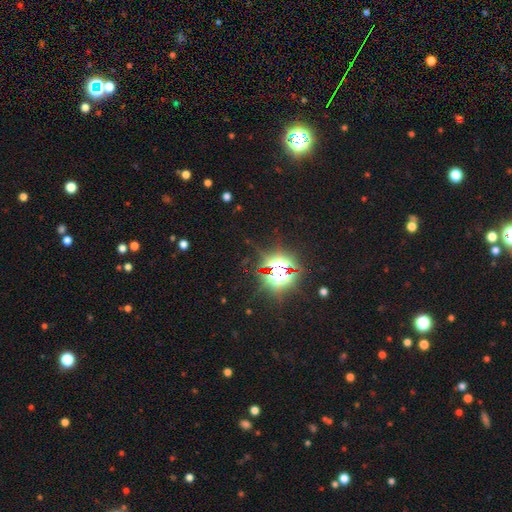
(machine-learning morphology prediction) type=star or artifact (85%).